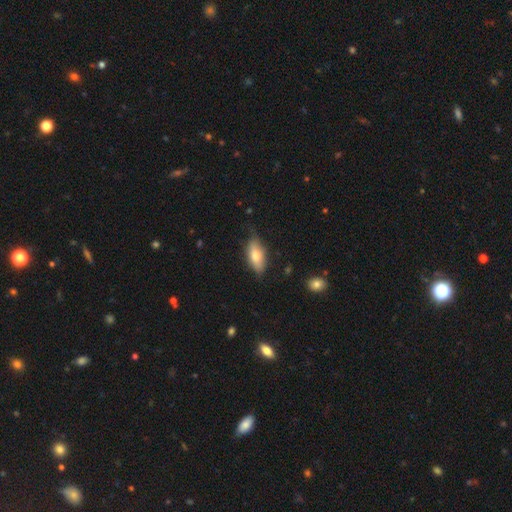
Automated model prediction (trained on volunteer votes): Smooth or featured: smooth — 69% (featured or disk — 25%)
How rounded: in between — 83% (cigar-shaped — 14%)
Merging: none — 74% (minor disturbance — 21%)